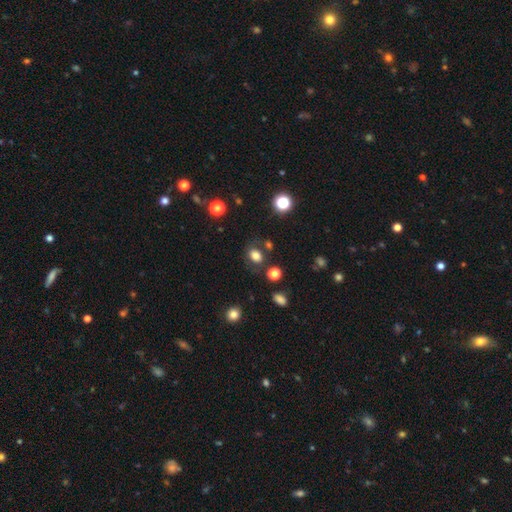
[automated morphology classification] This is likely a smooth galaxy (77%). How rounded: possibly in between (59%). Merging: likely none (70%).